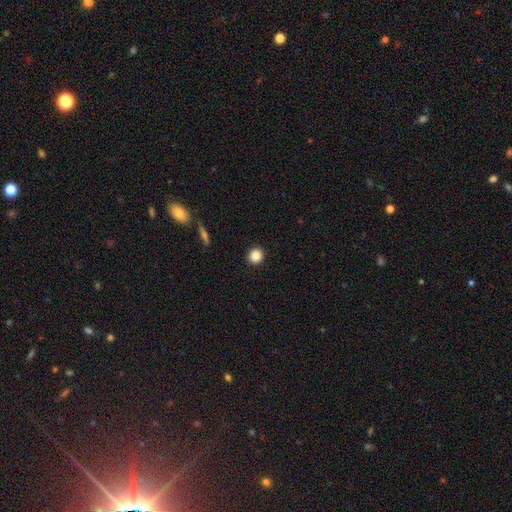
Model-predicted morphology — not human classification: Overall: smooth (85%). How rounded: round (92%). Merging: none (93%).